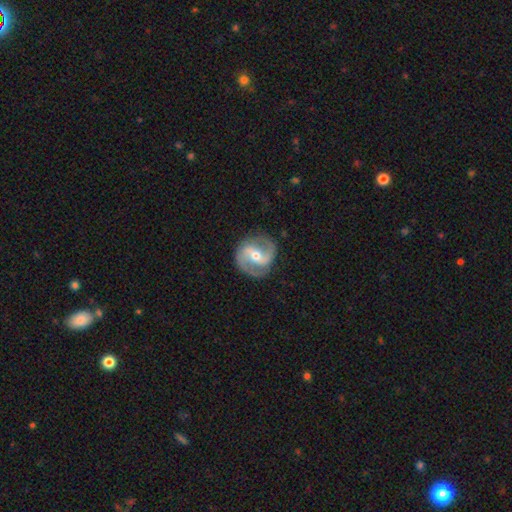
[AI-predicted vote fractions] The model was most divided on "bar" (2-way tie): weak: 40%, strong: 40%, no: 20%. More confident: edge-on disk — no (97%); spiral arms — yes (95%); spiral arm count — 2 (91%); smooth or featured — featured or disk (87%); merging — none (84%); bulge size — moderate (60%); spiral winding — medium (53%).